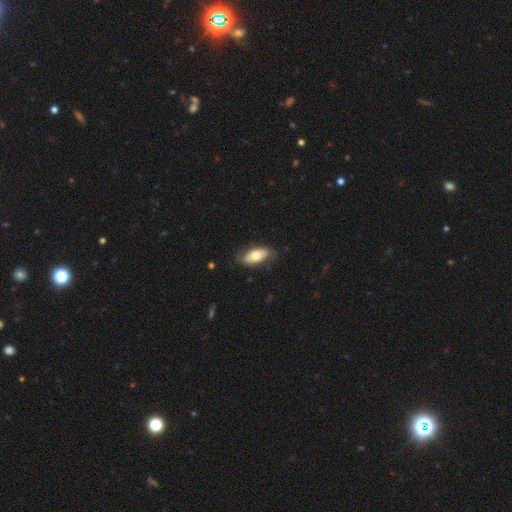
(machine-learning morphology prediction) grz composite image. It shows a smooth galaxy with no disk features (65%) that is in between round and cigar-shaped (89%). Merging: none (76%).